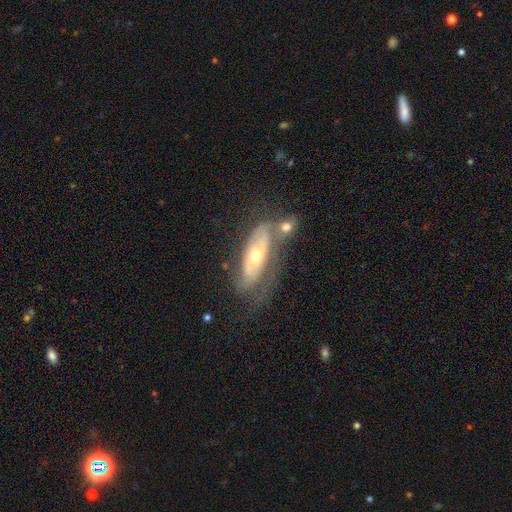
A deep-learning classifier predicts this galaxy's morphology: Overall: featured or disk (70%). Edge-on disk: no (82%). Bar: no (72%). Spiral arms: yes (63%; no 37%). Bulge size: moderate (49%; small 47%). Merging: none (43%; minor disturbance 22%).